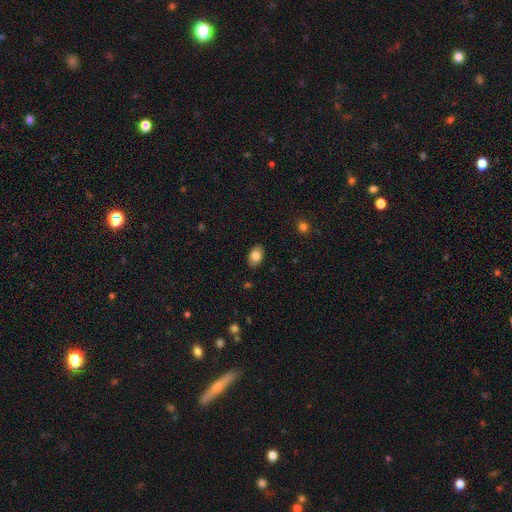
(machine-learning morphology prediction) Overall: smooth (82%). How rounded: in between (88%). Merging: none (87%).